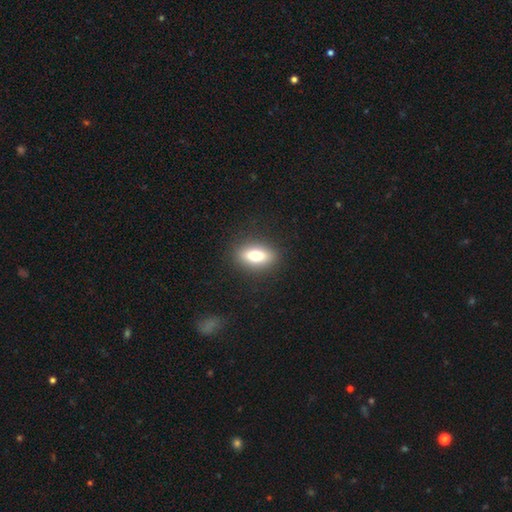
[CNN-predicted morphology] smooth 72%, featured or disk 19%, star or artifact 9%. Down the decision tree: how rounded — in between (78%); merging — none (88%).